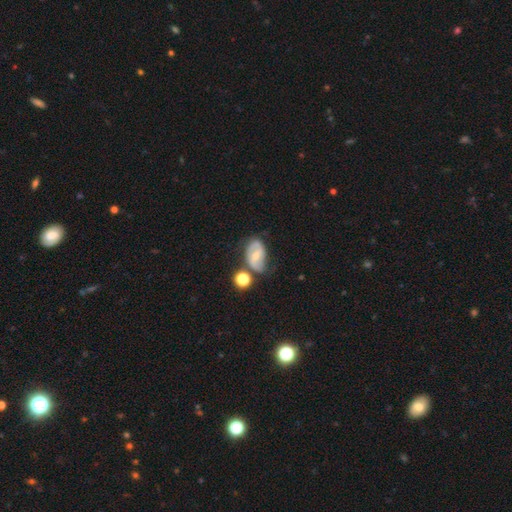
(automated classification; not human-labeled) Overall: featured or disk (61%; smooth 30%). Edge-on disk: no (95%). Bar: weak (43%; no 29%). Spiral arms: yes (73%). Bulge size: small (47%, tied with moderate). Merging: none (50%; minor disturbance 26%).